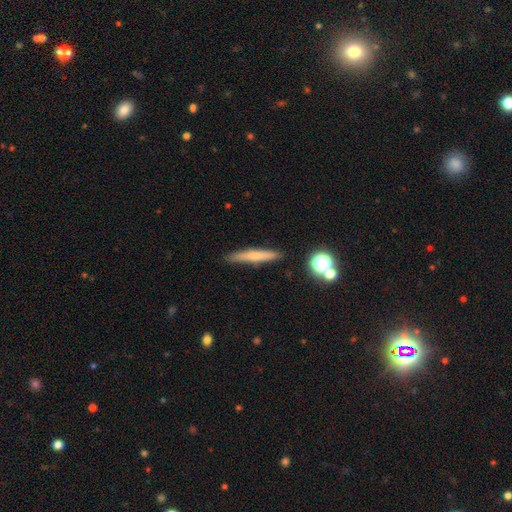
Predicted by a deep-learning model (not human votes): Q: Smooth or featured?
A: smooth (63%); runner-up: featured or disk (28%)
Q: How rounded?
A: cigar-shaped (93%); runner-up: in between (5%)
Q: Merging?
A: none (88%); runner-up: minor disturbance (8%)